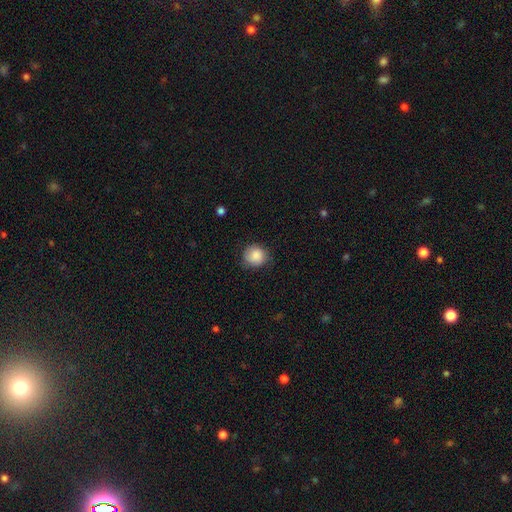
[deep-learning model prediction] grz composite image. It shows a smooth galaxy with no disk features (86%) that is round (85%). Merging: none (77%).